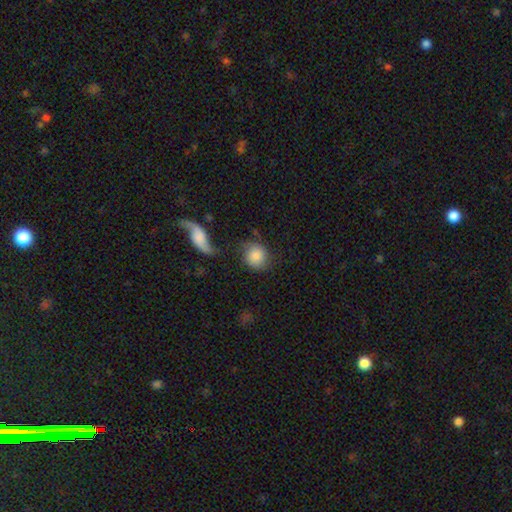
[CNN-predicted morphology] type=smooth (80%); roundness=round (83%); merging=none (59%).